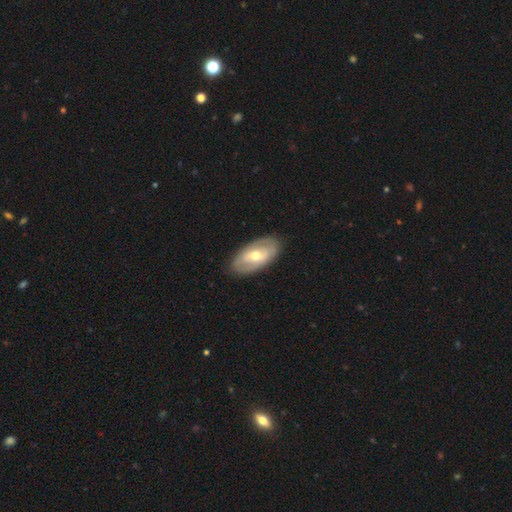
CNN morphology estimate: type=featured or disk (58%); edge-on=no (89%); bar=no (51%); spiral arms=no (57%); bulge=moderate (69%); merging=none (83%).